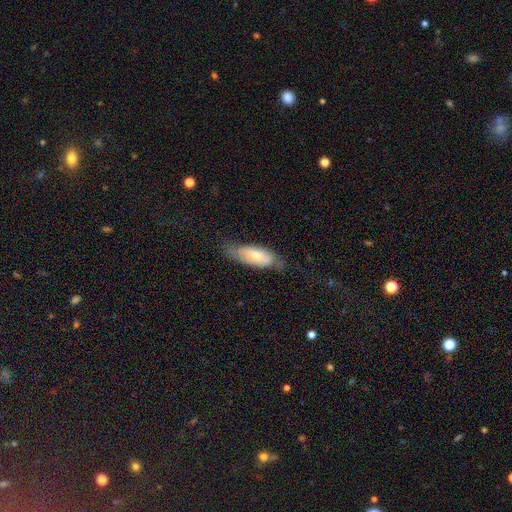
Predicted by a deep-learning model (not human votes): smooth-or-featured: smooth: 62% | featured or disk: 32% | star or artifact: 6%
  how-rounded: in between: 78% | cigar-shaped: 20% | round: 2%
  merging: none: 61% | minor disturbance: 29% | major disturbance: 9% | merger: 1%